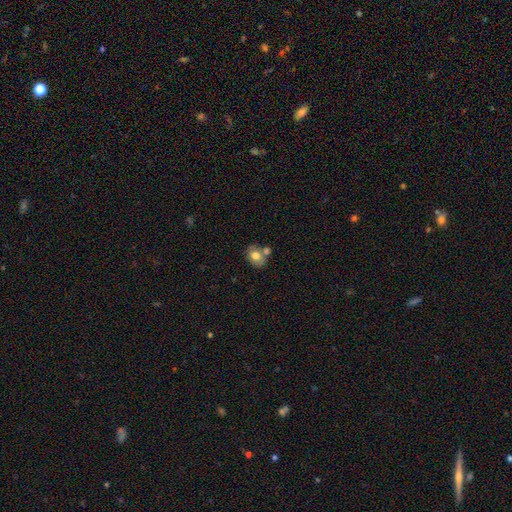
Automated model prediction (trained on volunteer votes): smooth 71%, featured or disk 21%, star or artifact 8%. Down the decision tree: how rounded — in between (56%); merging — none (50%).